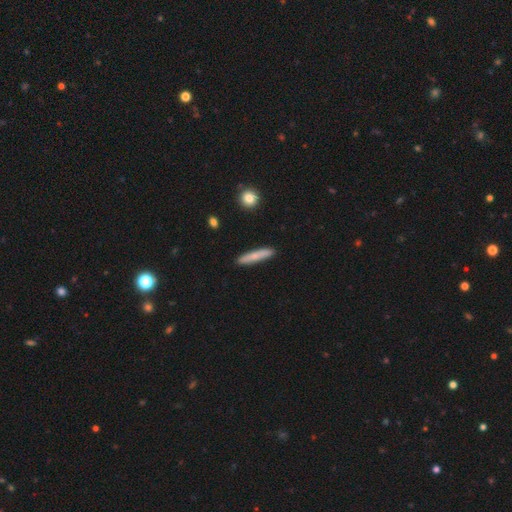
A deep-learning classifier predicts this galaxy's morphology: smooth_or_featured: smooth (p=0.73) [alt: featured or disk p=0.21]
how_rounded: cigar-shaped (p=0.92) [alt: in between p=0.06]
merging: none (p=0.90) [alt: minor disturbance p=0.07]